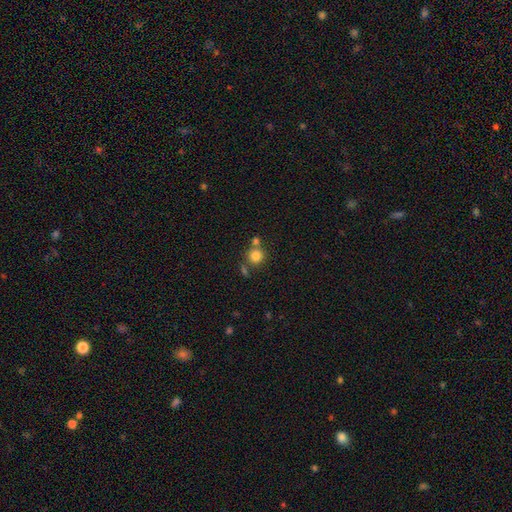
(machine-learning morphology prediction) smooth-or-featured: smooth: 81% | star or artifact: 12% | featured or disk: 8%
  how-rounded: round: 91% | in between: 8% | cigar-shaped: 1%
  merging: none: 64% | merger: 23% | minor disturbance: 9% | major disturbance: 4%